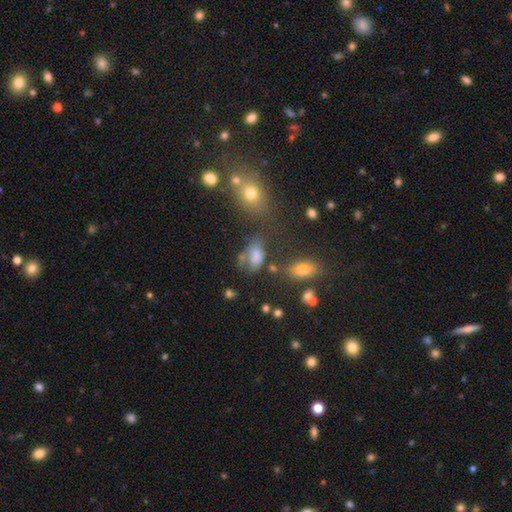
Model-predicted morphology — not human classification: A smooth galaxy with no disk features (68%) that is in between round and cigar-shaped (86%). Merging: none (36%).